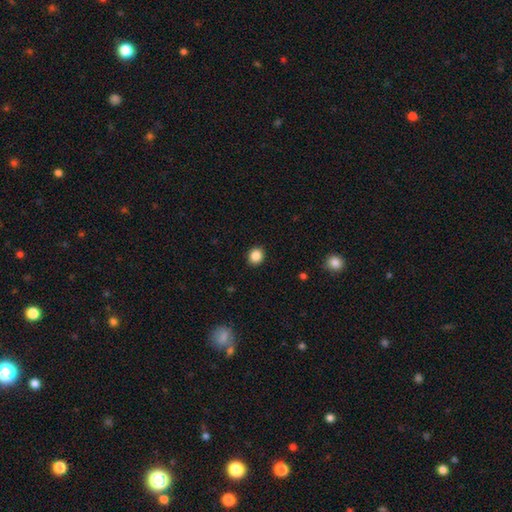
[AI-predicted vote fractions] Q: Smooth or featured?
A: smooth (87%); runner-up: star or artifact (10%)
Q: How rounded?
A: round (75%); runner-up: in between (24%)
Q: Merging?
A: none (91%); runner-up: minor disturbance (6%)